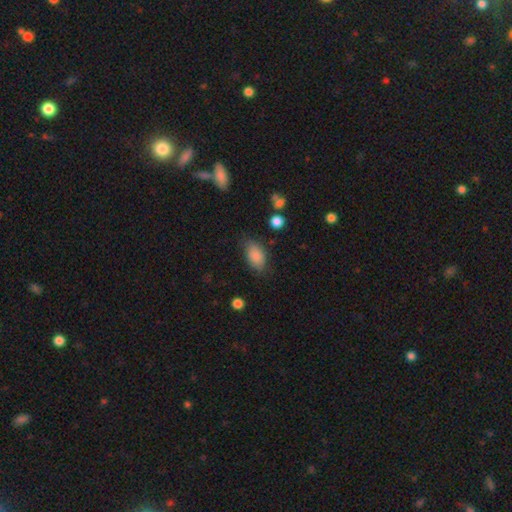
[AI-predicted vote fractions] A smooth galaxy with no disk features (85%) that is in between round and cigar-shaped (91%). Merging: none (73%).